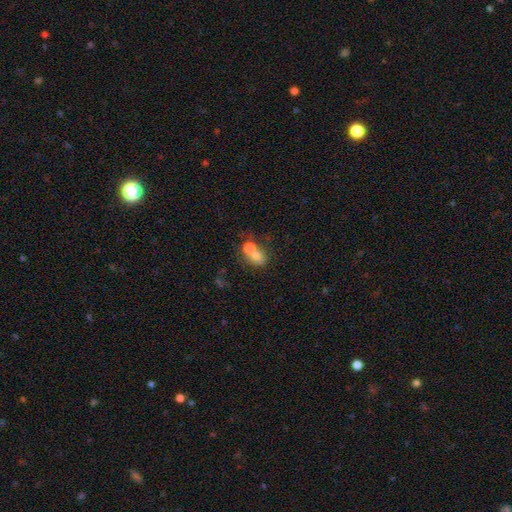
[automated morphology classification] Q: Smooth or featured?
A: smooth (70%); runner-up: featured or disk (19%)
Q: How rounded?
A: round (53%); runner-up: in between (46%)
Q: Merging?
A: merger (64%); runner-up: none (24%)